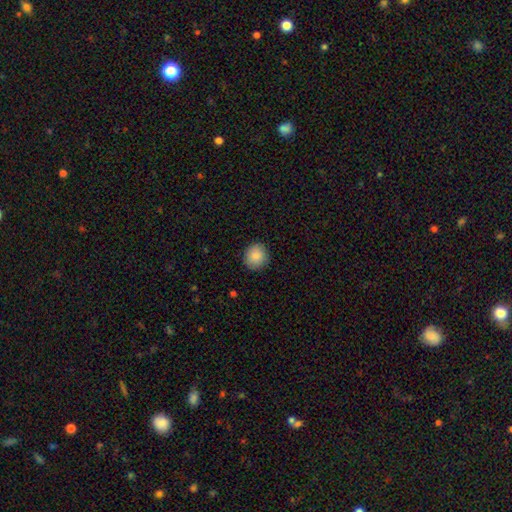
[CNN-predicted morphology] Smooth or featured: smooth — 88% (star or artifact — 8%)
How rounded: round — 90% (in between — 9%)
Merging: none — 89% (minor disturbance — 8%)